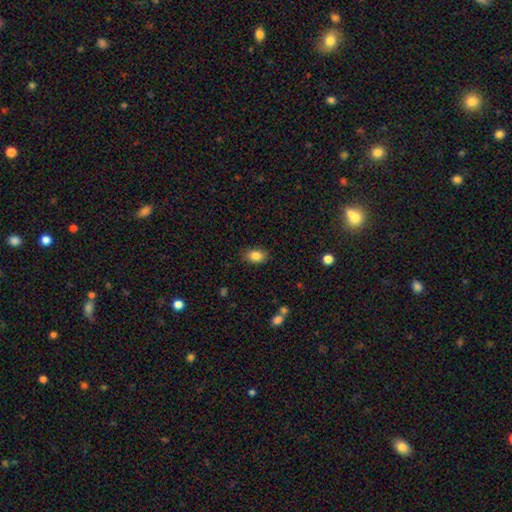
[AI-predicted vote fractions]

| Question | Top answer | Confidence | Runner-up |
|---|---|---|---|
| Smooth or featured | smooth | 85% | star or artifact (9%) |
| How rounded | in between | 81% | round (17%) |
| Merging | none | 84% | minor disturbance (12%) |